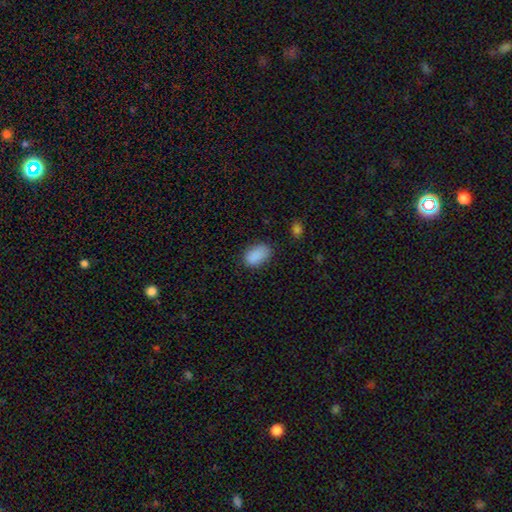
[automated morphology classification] Smooth or featured: smooth — 88% (star or artifact — 8%)
How rounded: in between — 89% (round — 9%)
Merging: none — 74% (minor disturbance — 20%)